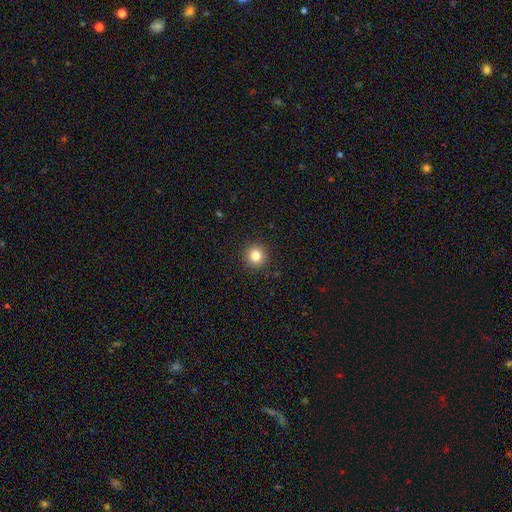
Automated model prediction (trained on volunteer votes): Q: Smooth or featured?
A: smooth (82%); runner-up: star or artifact (12%)
Q: How rounded?
A: round (95%); runner-up: in between (4%)
Q: Merging?
A: none (92%); runner-up: minor disturbance (5%)